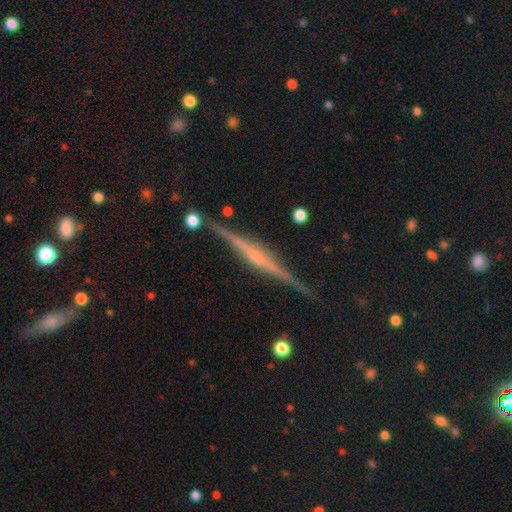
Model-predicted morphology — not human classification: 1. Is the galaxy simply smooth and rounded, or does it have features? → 84% featured or disk, 9% smooth, 7% star or artifact.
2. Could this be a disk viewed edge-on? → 98% yes, 2% no.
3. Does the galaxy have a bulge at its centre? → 66% rounded, 17% none, 16% boxy.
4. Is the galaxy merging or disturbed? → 88% none, 8% minor disturbance, 2% merger, 2% major disturbance.